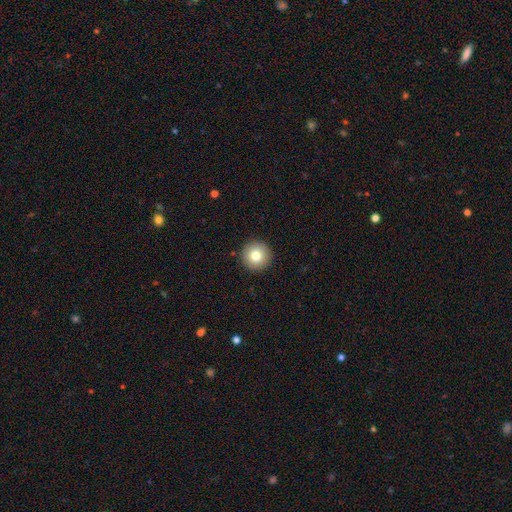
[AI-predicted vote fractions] Morphology: type=smooth (79%); roundness=round (96%); merging=none (93%).